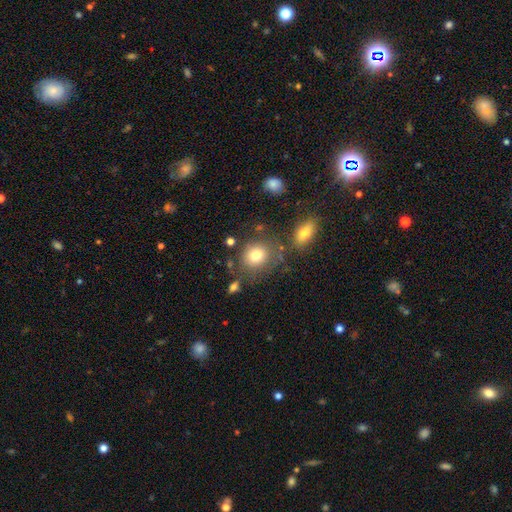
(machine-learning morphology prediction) A smooth galaxy with no disk features (79%) that is round (73%). Merging: none (71%).